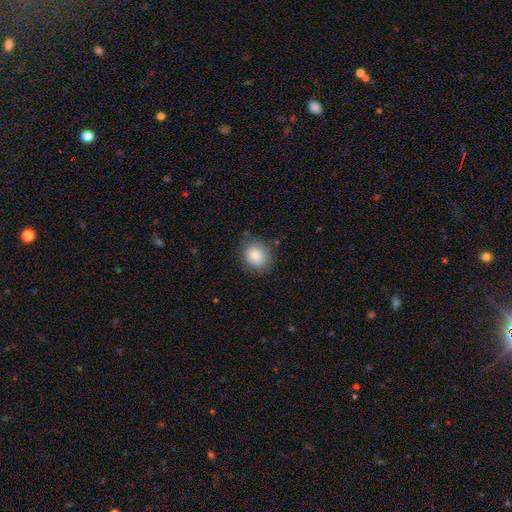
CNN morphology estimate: smooth_or_featured: smooth (p=0.85) [alt: star or artifact p=0.08]
how_rounded: round (p=0.62) [alt: in between p=0.37]
merging: none (p=0.76) [alt: minor disturbance p=0.17]